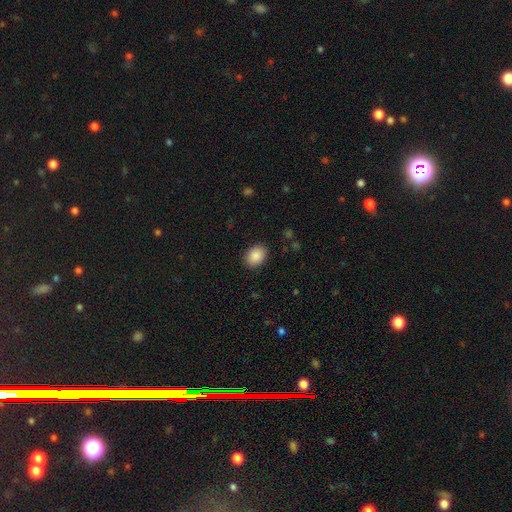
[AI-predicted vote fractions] Smooth or featured?
  - smooth: 89% *
  - star or artifact: 8%
  - featured or disk: 4%
How rounded?
  - in between: 68% *
  - round: 31%
  - cigar-shaped: 1%
Merging?
  - none: 89% *
  - minor disturbance: 8%
  - major disturbance: 2%
  - merger: 1%